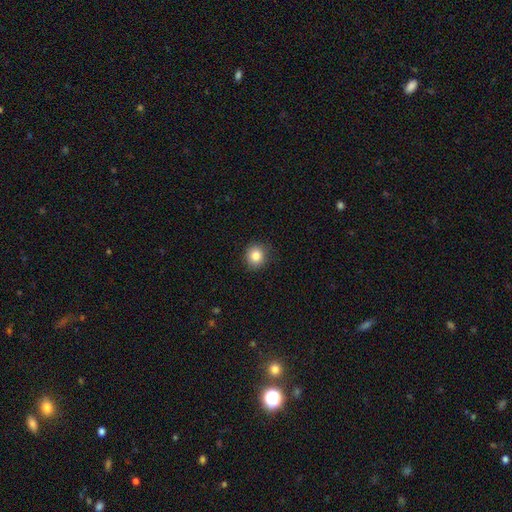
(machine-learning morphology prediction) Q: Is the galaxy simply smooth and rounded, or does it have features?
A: smooth — 85%.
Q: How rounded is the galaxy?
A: round — 85%.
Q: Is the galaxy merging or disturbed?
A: none — 86%.